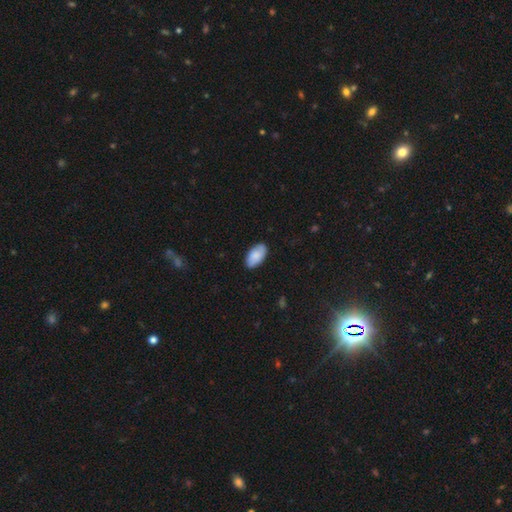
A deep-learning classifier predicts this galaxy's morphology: type=smooth (82%); roundness=in between (96%); merging=none (84%).